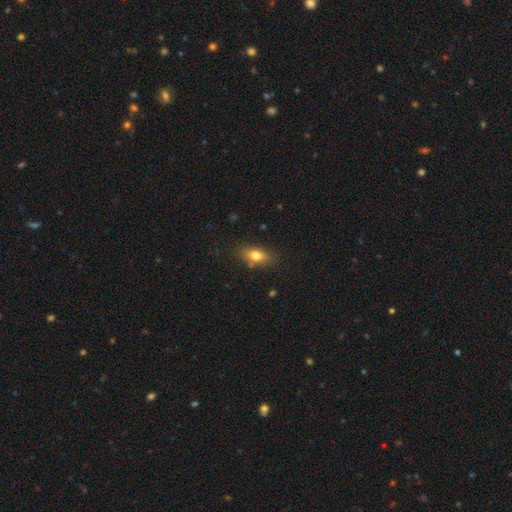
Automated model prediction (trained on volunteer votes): Smooth or featured?
  - smooth: 76% *
  - featured or disk: 14%
  - star or artifact: 9%
How rounded?
  - in between: 81% *
  - round: 10%
  - cigar-shaped: 9%
Merging?
  - none: 78% *
  - minor disturbance: 14%
  - merger: 4%
  - major disturbance: 4%